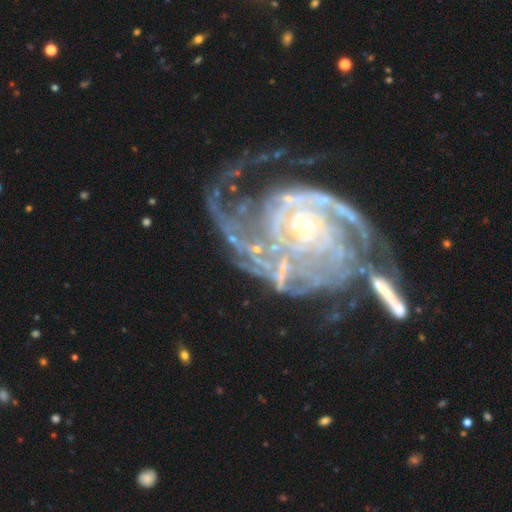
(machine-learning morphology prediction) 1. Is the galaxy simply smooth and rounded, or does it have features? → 92% featured or disk, 5% star or artifact, 3% smooth.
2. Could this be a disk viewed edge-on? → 97% no, 3% yes.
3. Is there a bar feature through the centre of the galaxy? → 73% no, 18% weak, 9% strong.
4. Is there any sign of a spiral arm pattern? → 97% yes, 3% no.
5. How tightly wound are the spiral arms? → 59% tight, 31% medium, 10% loose.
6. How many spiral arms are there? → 39% 2, 20% can't tell, 16% 3, 9% 4, 8% more than 4, 8% 1.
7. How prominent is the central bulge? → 78% small, 18% moderate, 2% large, 2% none, 1% dominant.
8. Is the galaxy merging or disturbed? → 36% none, 27% major disturbance, 19% merger, 18% minor disturbance.